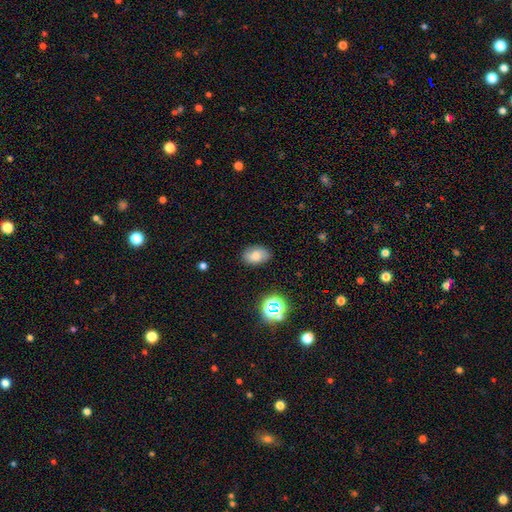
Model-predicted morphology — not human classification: Q: Smooth or featured?
A: smooth (72%); runner-up: featured or disk (15%)
Q: How rounded?
A: in between (84%); runner-up: round (15%)
Q: Merging?
A: none (82%); runner-up: minor disturbance (14%)